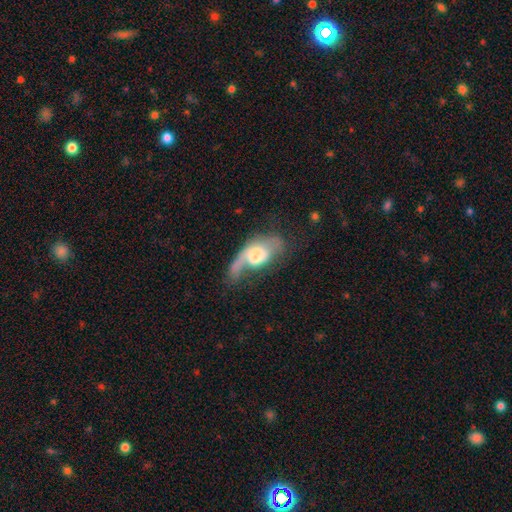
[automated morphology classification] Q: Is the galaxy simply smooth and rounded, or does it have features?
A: featured or disk — 57%.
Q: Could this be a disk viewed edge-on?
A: no — 90%.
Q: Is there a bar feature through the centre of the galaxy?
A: no — 69%.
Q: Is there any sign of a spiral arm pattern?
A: yes — 70%.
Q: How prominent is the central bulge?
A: moderate — 47%.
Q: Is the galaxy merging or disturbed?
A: major disturbance — 46%.